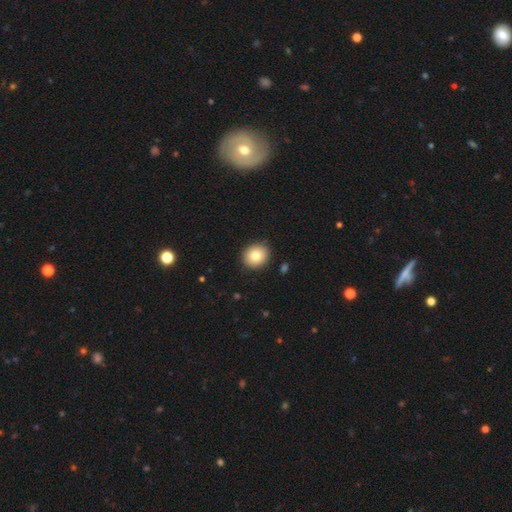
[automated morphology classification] Smooth or featured?
  - smooth: 81% *
  - featured or disk: 10%
  - star or artifact: 9%
How rounded?
  - round: 83% *
  - in between: 16%
  - cigar-shaped: 1%
Merging?
  - none: 90% *
  - minor disturbance: 7%
  - major disturbance: 2%
  - merger: 1%